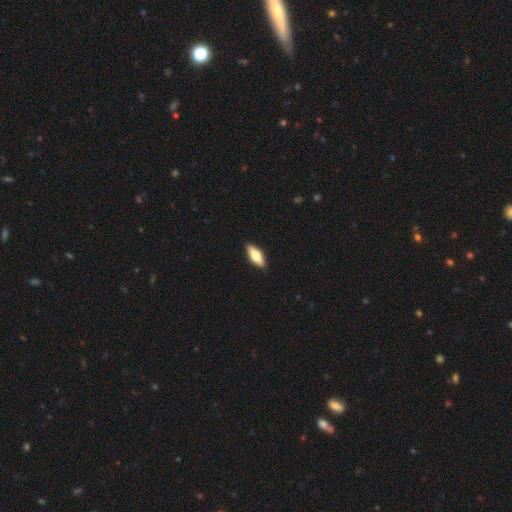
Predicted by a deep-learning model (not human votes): smooth 67%, featured or disk 27%, star or artifact 6%. Down the decision tree: how rounded — in between (69%); merging — none (90%).